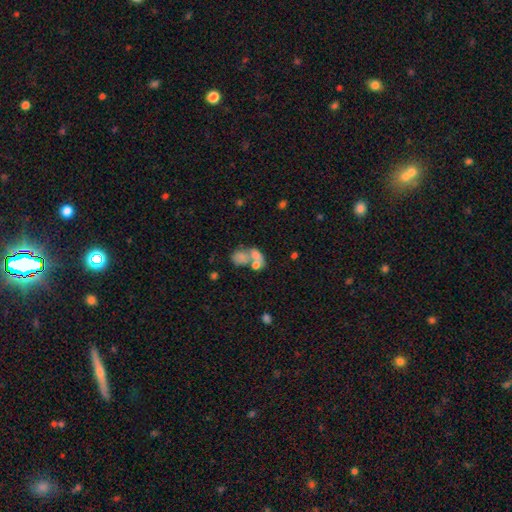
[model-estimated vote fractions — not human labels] Q: Smooth or featured?
A: smooth (61%); runner-up: featured or disk (27%)
Q: How rounded?
A: in between (70%); runner-up: round (27%)
Q: Merging?
A: merger (65%); runner-up: none (18%)